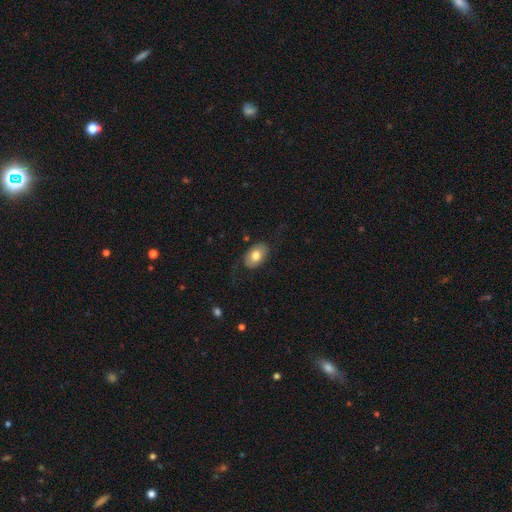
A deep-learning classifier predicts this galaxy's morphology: A smooth galaxy with no disk features (70%) that is in between round and cigar-shaped (88%).

Vote fractions:
- Smooth or featured? smooth: 70% / featured or disk: 23% / star or artifact: 7%
- How rounded? in between: 88% / round: 11% / cigar-shaped: 1%
- Merging? none: 73% / minor disturbance: 17% / major disturbance: 9% / merger: 1%